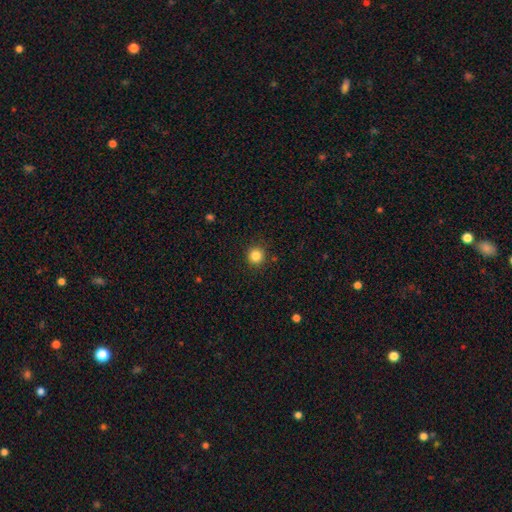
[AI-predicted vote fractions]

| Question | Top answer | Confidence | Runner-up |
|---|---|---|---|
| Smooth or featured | smooth | 84% | star or artifact (12%) |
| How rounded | round | 94% | in between (5%) |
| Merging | none | 91% | minor disturbance (6%) |